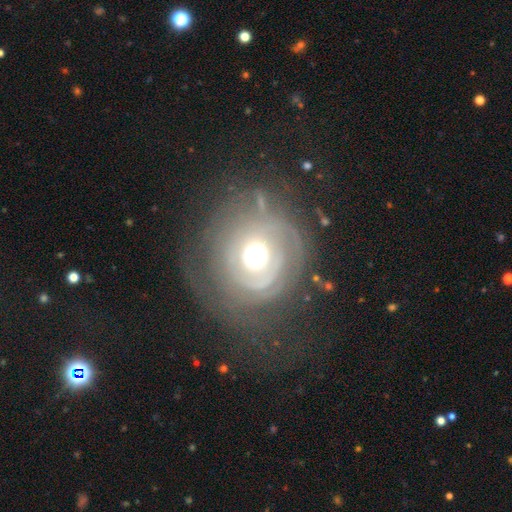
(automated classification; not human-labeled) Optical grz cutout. It shows a featured or disk galaxy (69%) with no bar (85%), spiral arms (64%) and a moderate central bulge (53%). Merging: none (59%).